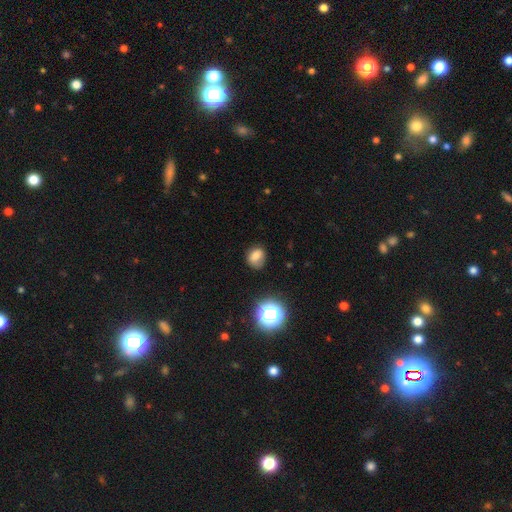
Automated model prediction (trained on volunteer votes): The model was most divided on "how rounded": round: 53%, in between: 46%, cigar-shaped: 1%. More confident: smooth or featured — smooth (76%); merging — none (64%).